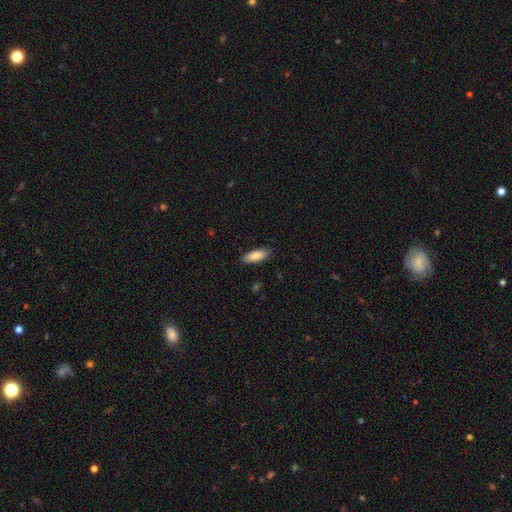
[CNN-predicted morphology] Smooth or featured: smooth — 83% (featured or disk — 11%)
How rounded: in between — 61% (cigar-shaped — 38%)
Merging: none — 87% (minor disturbance — 10%)